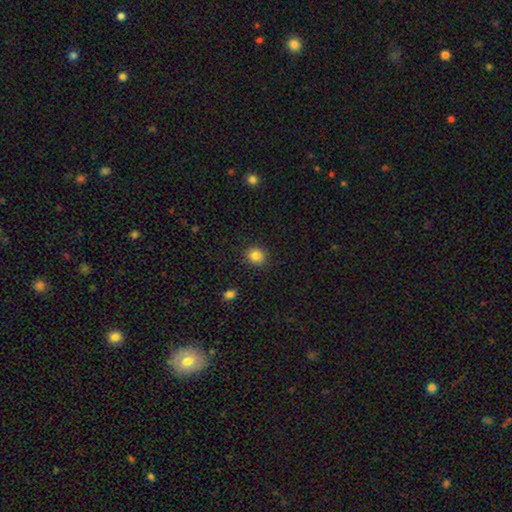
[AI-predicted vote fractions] Smooth or featured: smooth — 84% (star or artifact — 11%)
How rounded: round — 82% (in between — 17%)
Merging: none — 90% (minor disturbance — 7%)